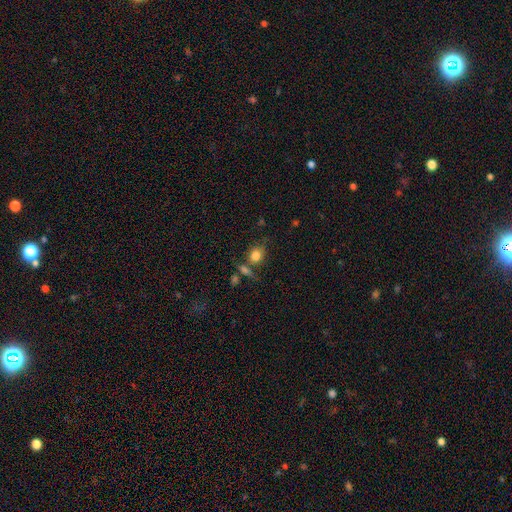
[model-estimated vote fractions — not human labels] Overall: smooth (83%). How rounded: round (60%; in between 38%). Merging: none (60%).